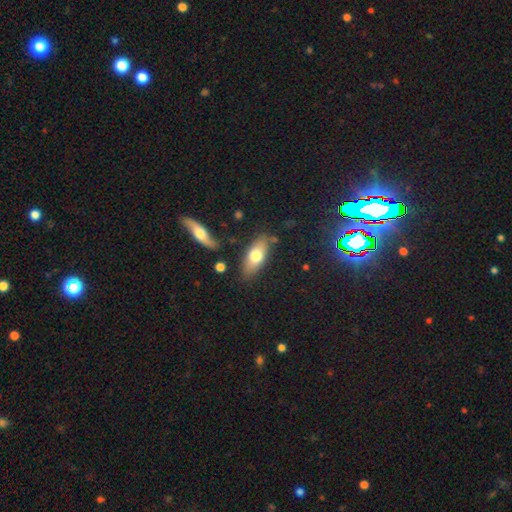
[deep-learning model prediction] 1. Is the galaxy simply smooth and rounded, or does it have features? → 66% smooth, 27% featured or disk, 6% star or artifact.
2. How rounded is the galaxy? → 77% in between, 20% cigar-shaped, 3% round.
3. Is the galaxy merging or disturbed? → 80% none, 12% minor disturbance, 4% merger, 3% major disturbance.